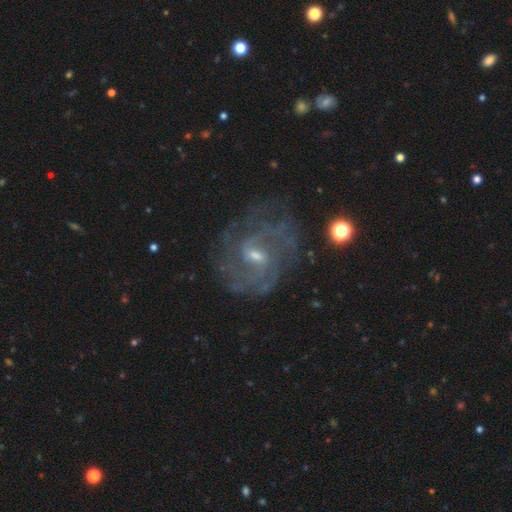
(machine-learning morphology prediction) Smooth or featured? featured or disk (86%)
Edge-on disk? no (97%)
Bar? weak (62%)
Spiral arms? yes (93%)
Spiral winding? medium (45%)
Spiral arm count? 2 (35%)
Bulge size? small (52%)
Merging? none (62%)